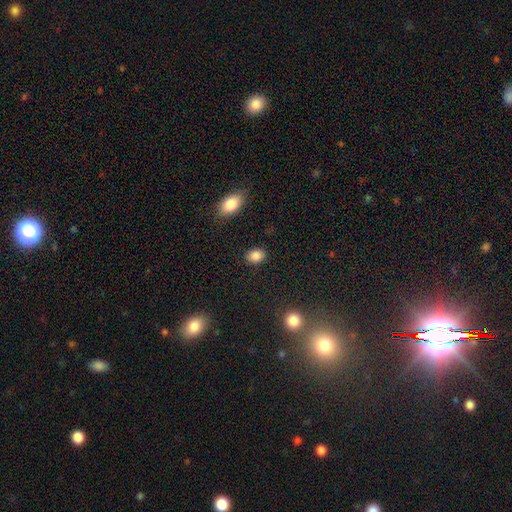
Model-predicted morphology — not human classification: Overall: smooth (87%). How rounded: in between (66%; round 32%). Merging: none (88%).